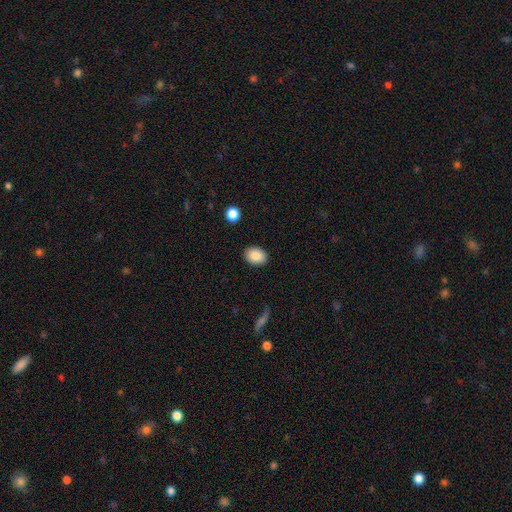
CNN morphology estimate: smooth_or_featured: smooth (p=0.87) [alt: star or artifact p=0.07]
how_rounded: in between (p=0.74) [alt: round p=0.25]
merging: none (p=0.88) [alt: minor disturbance p=0.08]